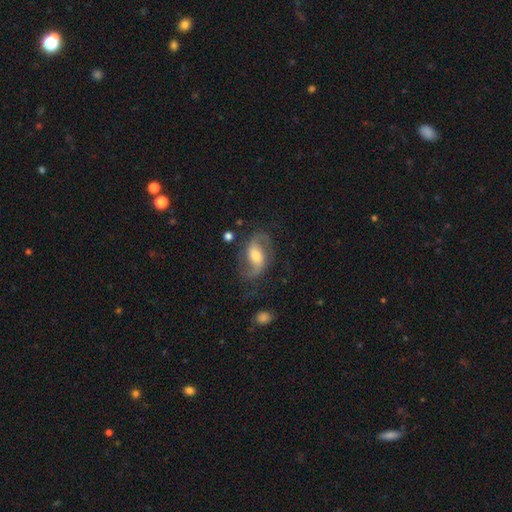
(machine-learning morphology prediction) Smooth or featured? featured or disk (82%)
Edge-on disk? no (97%)
Bar? weak (43%)
Spiral arms? yes (95%)
Spiral winding? loose (51%)
Spiral arm count? 2 (91%)
Bulge size? moderate (59%)
Merging? none (71%)